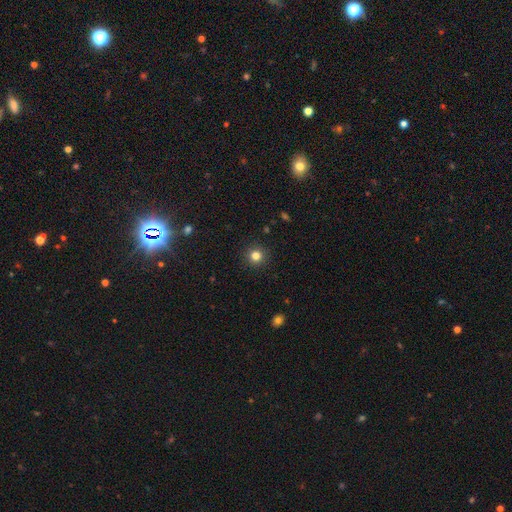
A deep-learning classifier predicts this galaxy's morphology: smooth 82%, star or artifact 13%, featured or disk 5%. Down the decision tree: how rounded — round (94%); merging — none (92%).